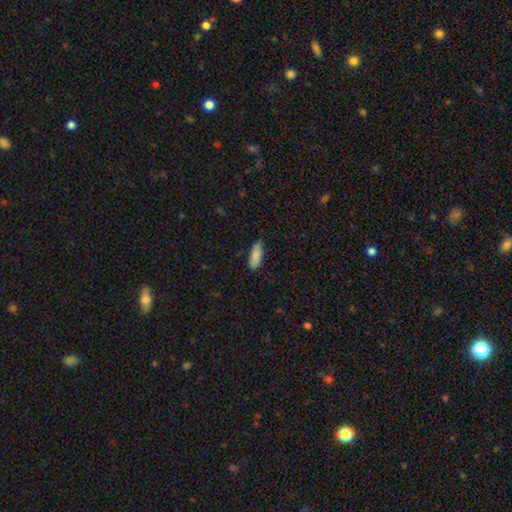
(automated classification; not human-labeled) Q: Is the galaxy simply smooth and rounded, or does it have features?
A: smooth — 87%.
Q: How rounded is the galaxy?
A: in between — 65%.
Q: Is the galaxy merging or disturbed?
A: none — 79%.